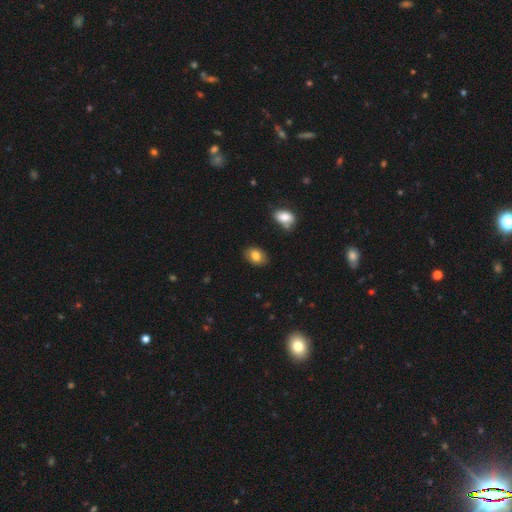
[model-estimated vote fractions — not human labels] A smooth galaxy with no disk features (83%) that is in between round and cigar-shaped (79%). Merging: none (83%).